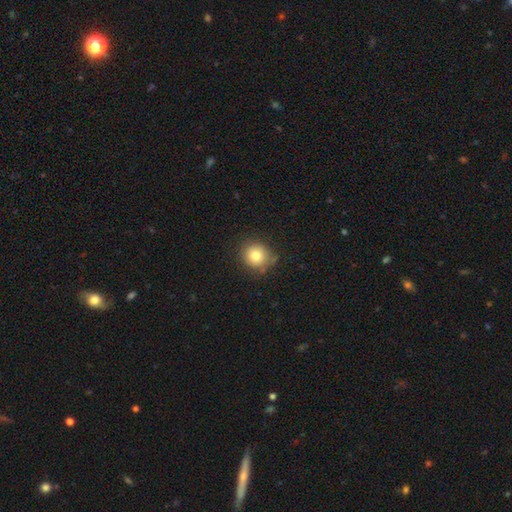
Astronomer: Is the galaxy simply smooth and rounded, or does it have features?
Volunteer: smooth — 87%.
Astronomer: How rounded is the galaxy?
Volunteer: round — 94%.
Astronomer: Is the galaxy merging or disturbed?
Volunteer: none — 86%.